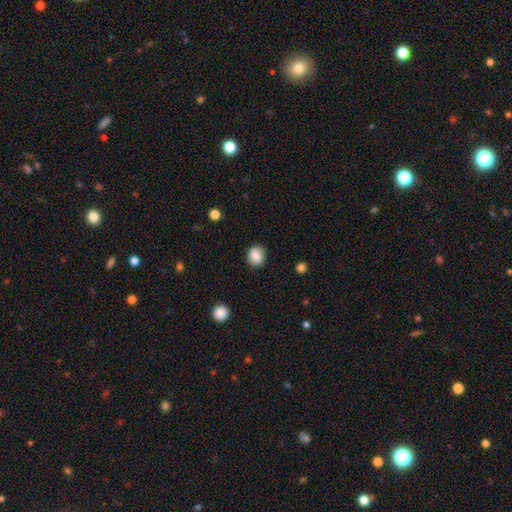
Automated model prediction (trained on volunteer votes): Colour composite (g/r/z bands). It shows a smooth galaxy with no disk features (82%) that is round (69%). Merging: none (88%).